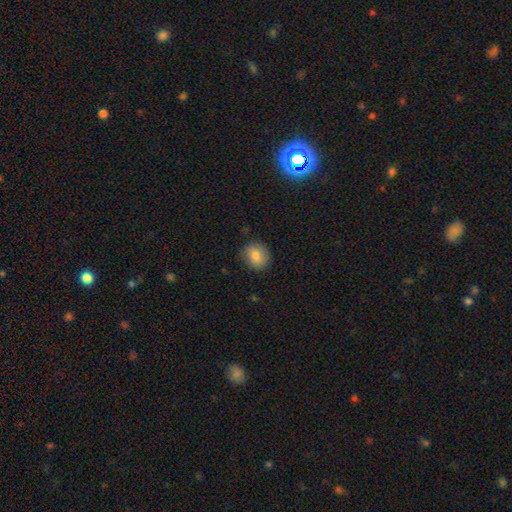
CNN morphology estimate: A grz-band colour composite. It shows a smooth galaxy with no disk features (83%) that is round (56%). Merging: none (85%).